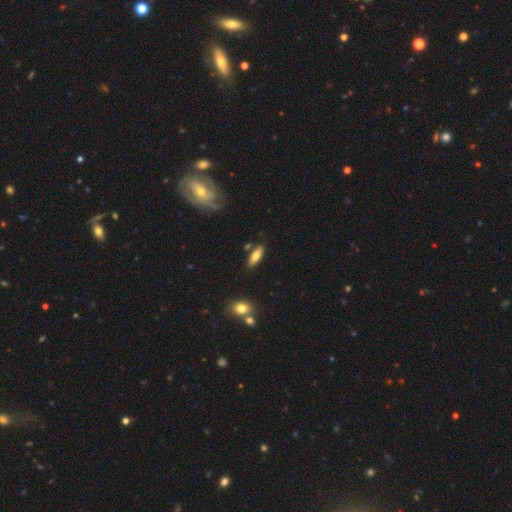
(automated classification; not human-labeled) This is likely a smooth galaxy (68%). How rounded: possibly in between (54%). Merging: clearly none (80%).